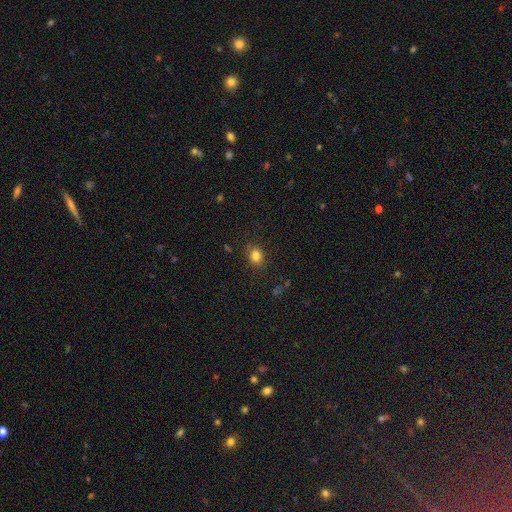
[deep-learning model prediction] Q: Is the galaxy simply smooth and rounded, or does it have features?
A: smooth — 83%.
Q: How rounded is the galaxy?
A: round — 52%.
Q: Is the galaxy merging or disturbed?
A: none — 83%.